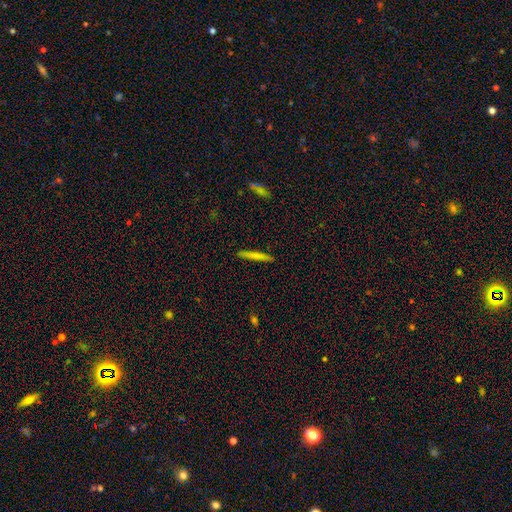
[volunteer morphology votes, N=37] Q: Smooth or featured?
A: smooth (81%); runner-up: featured or disk (16%)
Q: How rounded?
A: cigar-shaped (87%); runner-up: in between (13%)
Q: Merging?
A: none (97%); runner-up: major disturbance (3%)